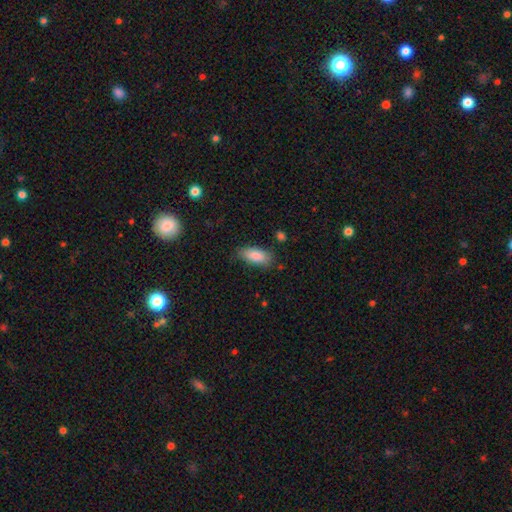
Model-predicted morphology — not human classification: A smooth galaxy with no disk features (85%) that is in between round and cigar-shaped (87%).

Vote fractions:
- Smooth or featured? smooth: 85% / featured or disk: 8% / star or artifact: 7%
- How rounded? in between: 87% / cigar-shaped: 11% / round: 2%
- Merging? none: 78% / minor disturbance: 16% / major disturbance: 4% / merger: 2%